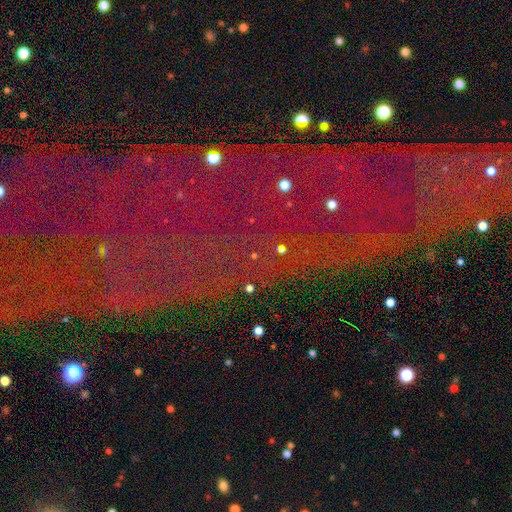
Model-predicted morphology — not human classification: Overall: star or artifact (80%).